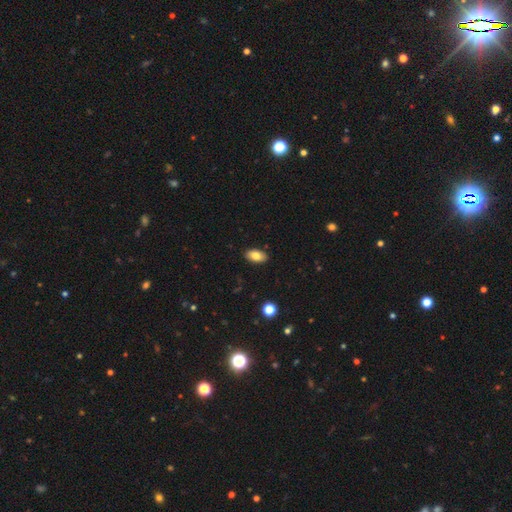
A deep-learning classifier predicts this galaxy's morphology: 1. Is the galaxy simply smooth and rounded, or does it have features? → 83% smooth, 10% featured or disk, 8% star or artifact.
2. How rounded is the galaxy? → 93% in between, 5% round, 2% cigar-shaped.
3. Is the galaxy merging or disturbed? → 88% none, 9% minor disturbance, 2% major disturbance, 1% merger.